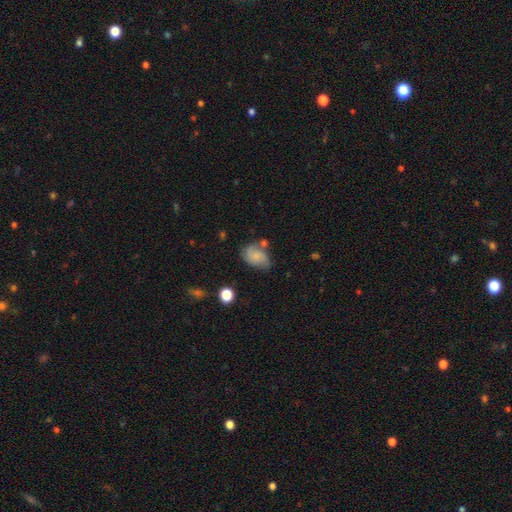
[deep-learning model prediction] smooth-or-featured: smooth: 64% | featured or disk: 27% | star or artifact: 10%
  how-rounded: in between: 80% | round: 18% | cigar-shaped: 2%
  merging: none: 50% | minor disturbance: 27% | merger: 12% | major disturbance: 10%